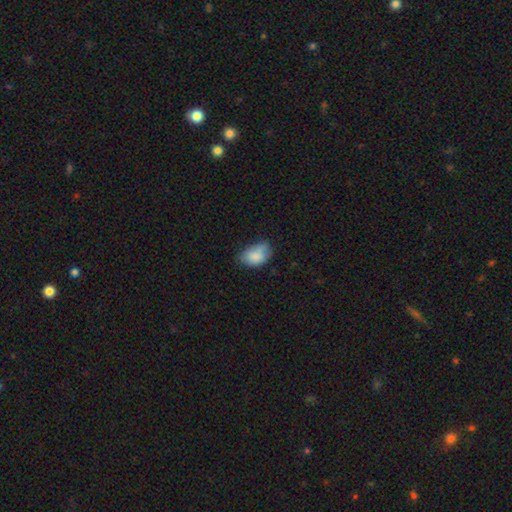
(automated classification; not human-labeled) smooth_or_featured: smooth (p=0.81) [alt: featured or disk p=0.12]
how_rounded: in between (p=0.85) [alt: round p=0.14]
merging: none (p=0.47) [alt: minor disturbance p=0.39]